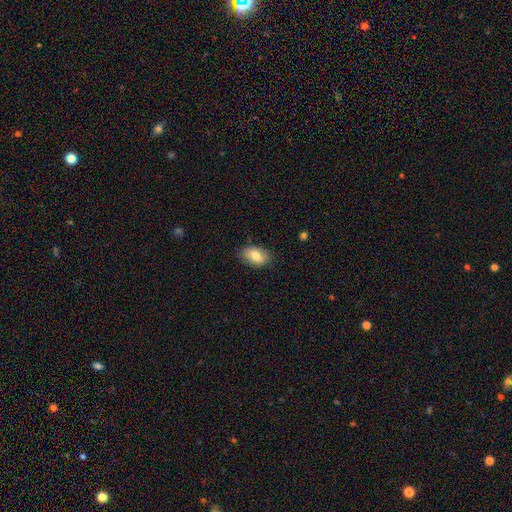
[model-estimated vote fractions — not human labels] smooth 79%, featured or disk 13%, star or artifact 7%. Down the decision tree: how rounded — in between (90%); merging — none (83%).